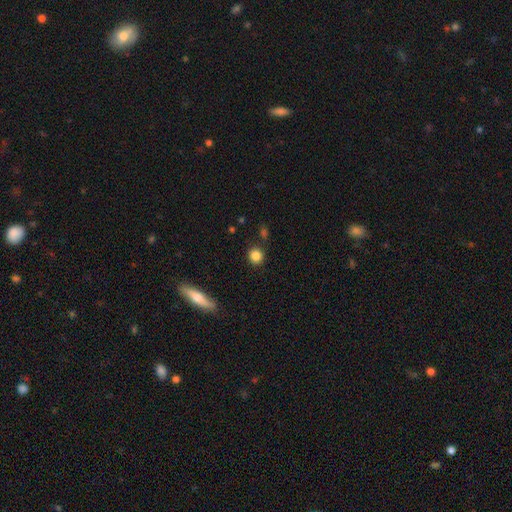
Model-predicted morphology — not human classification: type=smooth (85%); roundness=round (89%); merging=none (87%).